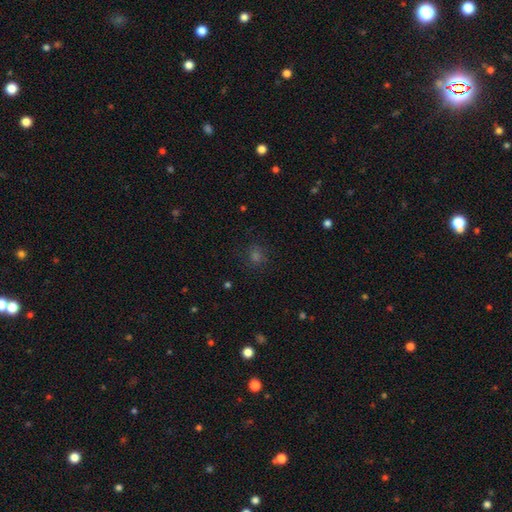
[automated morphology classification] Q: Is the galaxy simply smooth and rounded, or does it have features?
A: smooth — 56%.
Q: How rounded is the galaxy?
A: round — 85%.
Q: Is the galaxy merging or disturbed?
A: none — 85%.